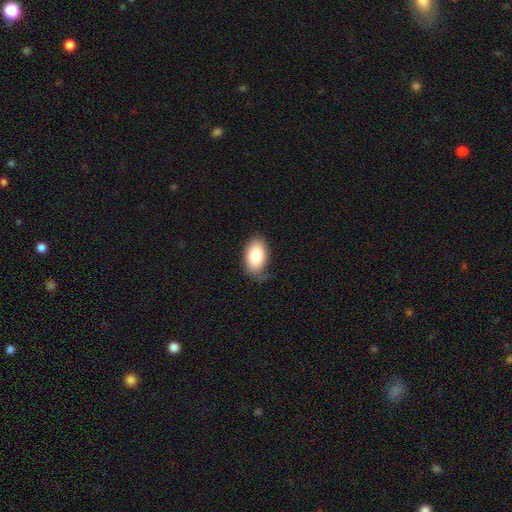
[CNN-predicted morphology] Smooth or featured? smooth (83%)
How rounded? in between (92%)
Merging? none (68%)